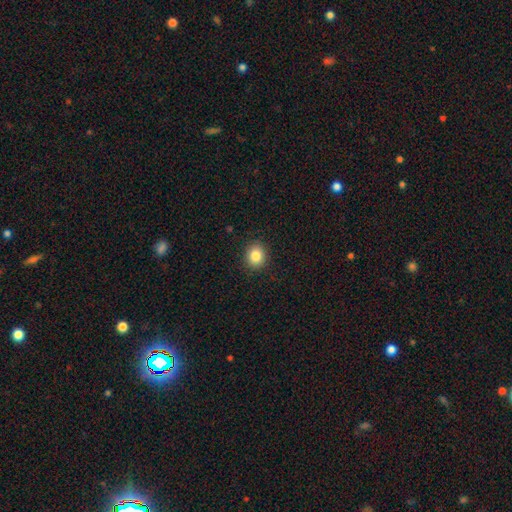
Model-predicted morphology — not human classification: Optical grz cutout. It shows a smooth galaxy with no disk features (85%) that is round (73%). Merging: none (90%).